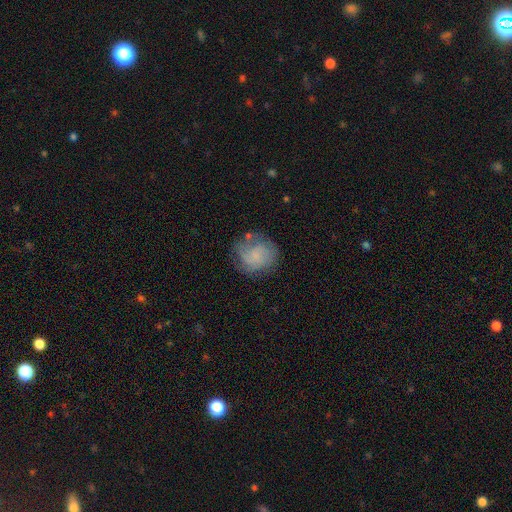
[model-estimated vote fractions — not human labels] The model was most divided on "smooth or featured": smooth: 56%, featured or disk: 35%, star or artifact: 10%. More confident: how rounded — round (80%); merging — none (60%).